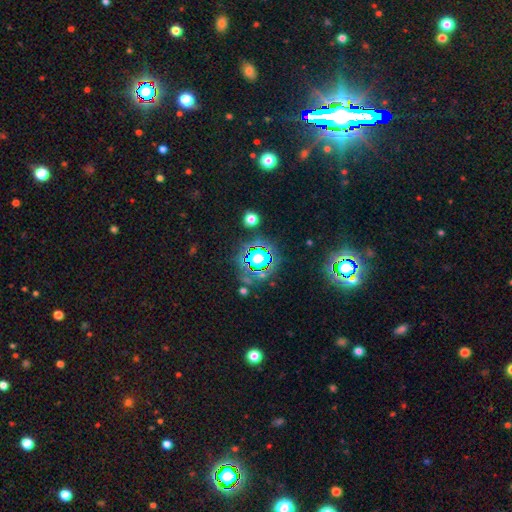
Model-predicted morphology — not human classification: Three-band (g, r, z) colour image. It shows a star or artifact, not a galaxy (56%).